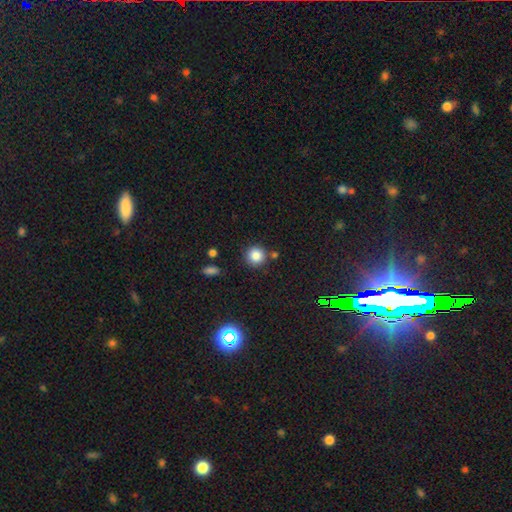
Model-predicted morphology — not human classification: Smooth or featured?
  - smooth: 83% *
  - star or artifact: 12%
  - featured or disk: 5%
How rounded?
  - round: 92% *
  - in between: 7%
  - cigar-shaped: 1%
Merging?
  - none: 80% *
  - minor disturbance: 10%
  - merger: 7%
  - major disturbance: 3%